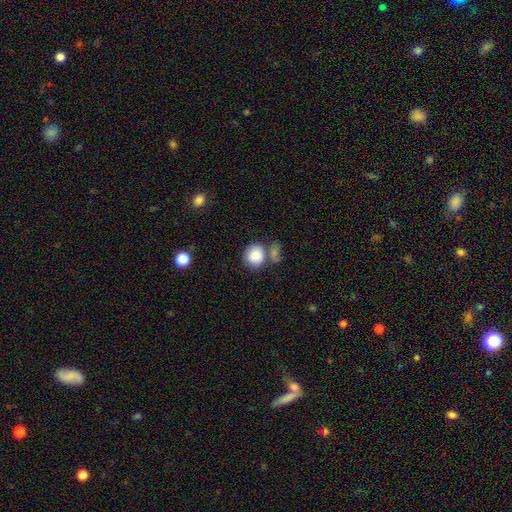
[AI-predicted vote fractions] The model was most divided on "merging": none: 56%, merger: 25%, minor disturbance: 14%, major disturbance: 5%. More confident: smooth or featured — smooth (84%); how rounded — round (81%).